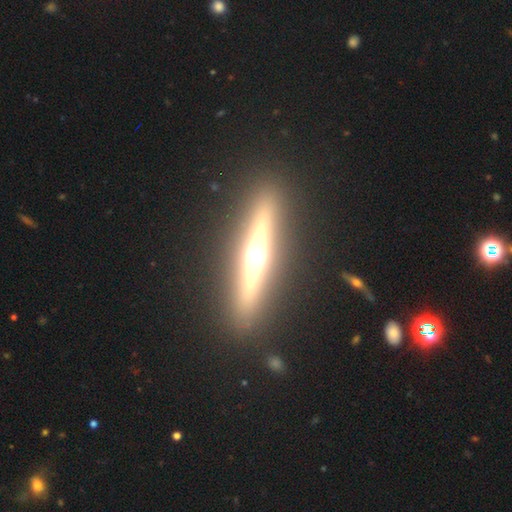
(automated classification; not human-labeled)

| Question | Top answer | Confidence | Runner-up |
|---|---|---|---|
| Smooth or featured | featured or disk | 78% | smooth (15%) |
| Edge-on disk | yes | 97% | no (3%) |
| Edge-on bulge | rounded | 91% | boxy (6%) |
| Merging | none | 91% | minor disturbance (6%) |